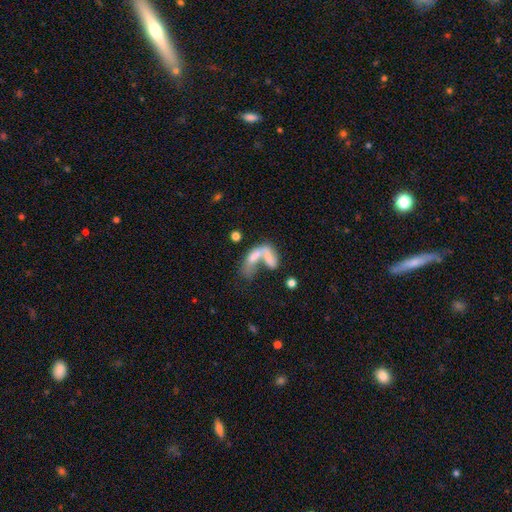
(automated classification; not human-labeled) This is possibly a smooth galaxy (52%). How rounded: likely in between (61%). Merging: possibly merger (60%).